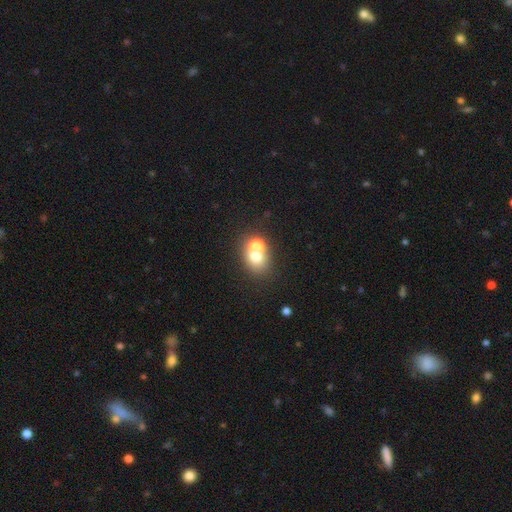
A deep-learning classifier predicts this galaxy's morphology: smooth_or_featured: smooth (p=0.66) [alt: featured or disk p=0.19]
how_rounded: round (p=0.63) [alt: in between p=0.36]
merging: merger (p=0.52) [alt: none p=0.37]